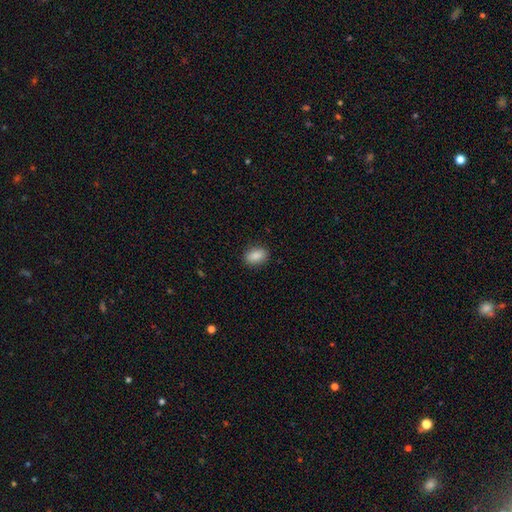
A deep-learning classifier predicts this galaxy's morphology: Overall: smooth (87%). How rounded: in between (81%). Merging: none (89%).